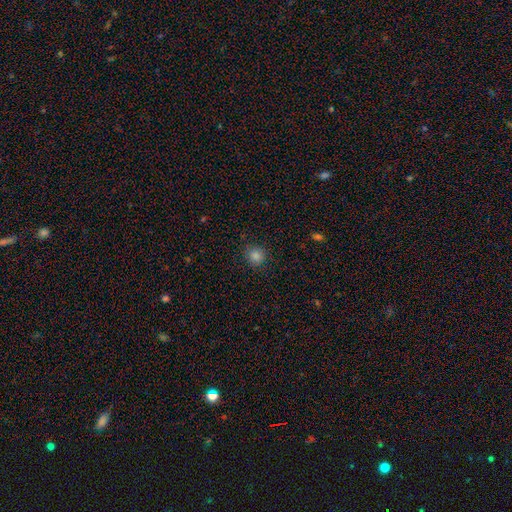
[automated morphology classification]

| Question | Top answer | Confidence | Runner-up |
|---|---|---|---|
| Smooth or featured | smooth | 82% | star or artifact (14%) |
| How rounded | round | 92% | in between (7%) |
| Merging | none | 89% | minor disturbance (8%) |